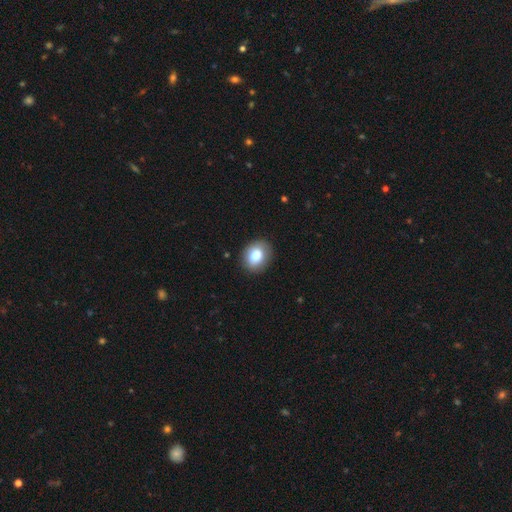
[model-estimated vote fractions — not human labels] This is clearly a smooth galaxy (81%). How rounded: possibly in between (52%). Merging: clearly none (87%).